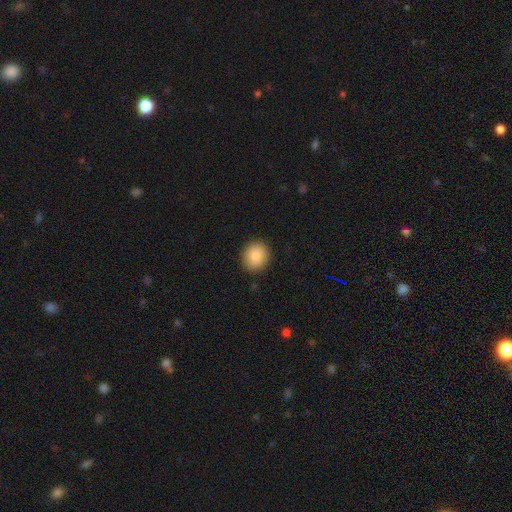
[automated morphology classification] Smooth or featured: smooth — 87% (star or artifact — 8%)
How rounded: round — 77% (in between — 22%)
Merging: none — 90% (minor disturbance — 7%)